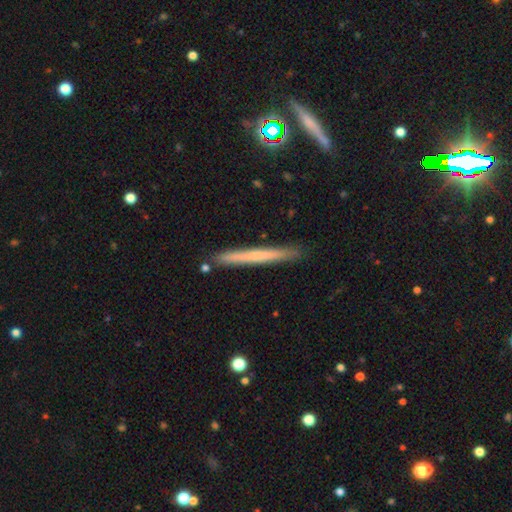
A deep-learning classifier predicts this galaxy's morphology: Smooth or featured? Predicted: smooth (p=0.55). How rounded? Predicted: cigar-shaped (p=0.97). Merging? Predicted: none (p=0.89).